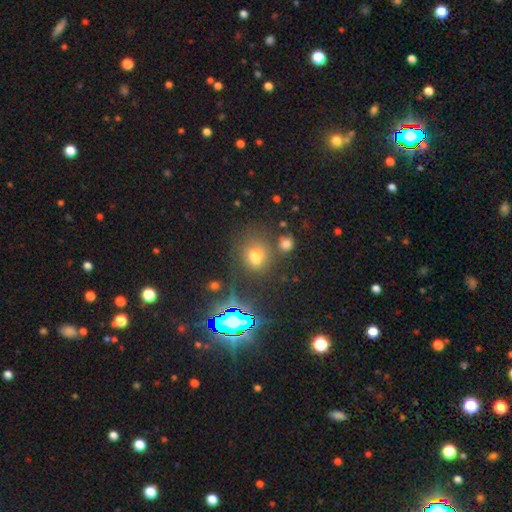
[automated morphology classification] Q: Smooth or featured?
A: smooth (61%); runner-up: star or artifact (27%)
Q: How rounded?
A: round (61%); runner-up: in between (37%)
Q: Merging?
A: none (63%); runner-up: minor disturbance (15%)